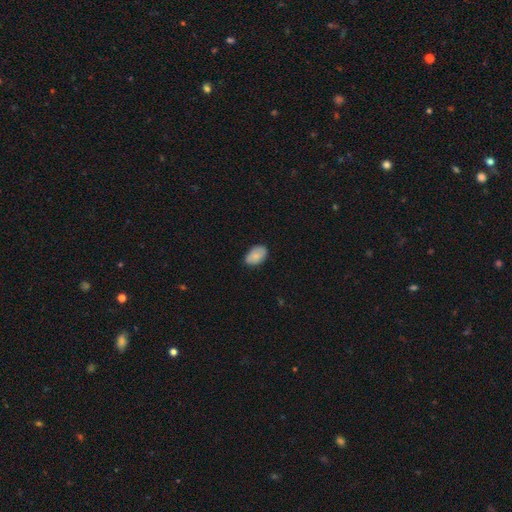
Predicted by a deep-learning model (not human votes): smooth-or-featured: smooth: 83% | featured or disk: 10% | star or artifact: 7%
  how-rounded: in between: 91% | round: 8% | cigar-shaped: 1%
  merging: none: 78% | minor disturbance: 18% | major disturbance: 3% | merger: 1%